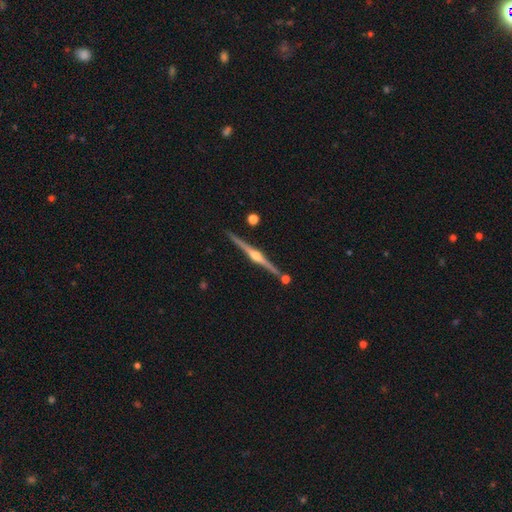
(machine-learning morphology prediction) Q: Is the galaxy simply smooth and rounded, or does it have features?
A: featured or disk — 88%.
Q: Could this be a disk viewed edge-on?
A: yes — 99%.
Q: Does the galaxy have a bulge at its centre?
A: rounded — 95%.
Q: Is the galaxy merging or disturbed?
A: none — 87%.